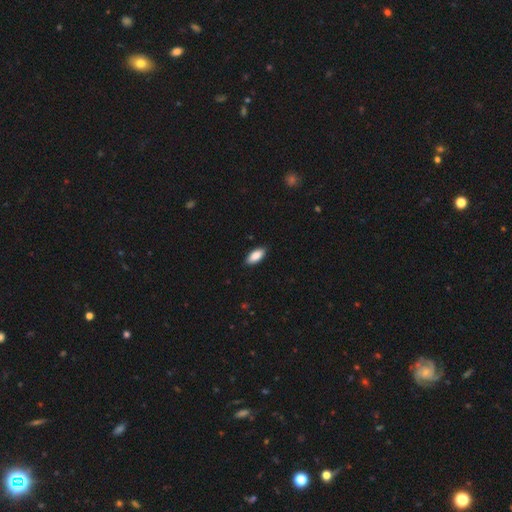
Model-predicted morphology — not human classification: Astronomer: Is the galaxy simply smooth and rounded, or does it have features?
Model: smooth — 88%.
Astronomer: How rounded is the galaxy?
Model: in between — 88%.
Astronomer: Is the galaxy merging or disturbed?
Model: none — 88%.